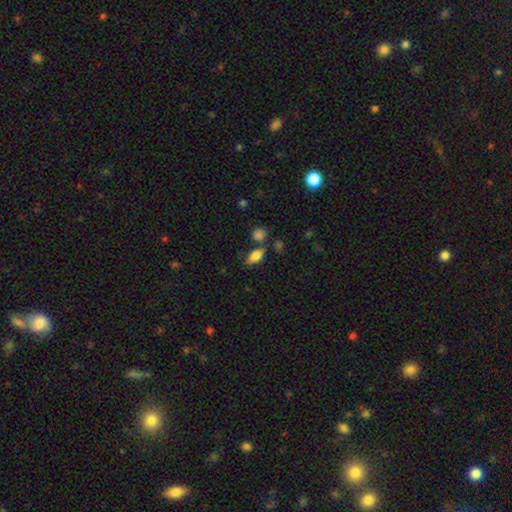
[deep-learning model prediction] A smooth galaxy with no disk features (74%) that is in between round and cigar-shaped (82%).

Vote fractions:
- Smooth or featured? smooth: 74% / featured or disk: 18% / star or artifact: 9%
- How rounded? in between: 82% / cigar-shaped: 12% / round: 6%
- Merging? none: 70% / minor disturbance: 16% / merger: 10% / major disturbance: 5%